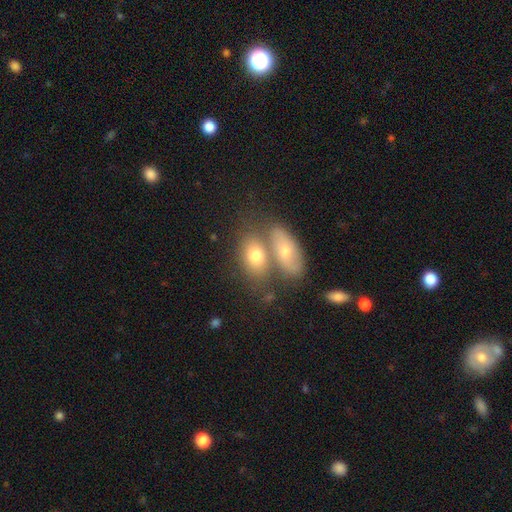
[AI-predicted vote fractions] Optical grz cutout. It shows a smooth galaxy with no disk features (72%) that is in between round and cigar-shaped (81%). Merging: merger (42%, tied with none).